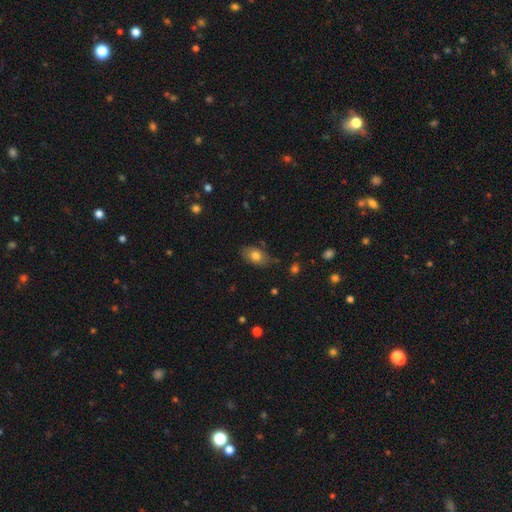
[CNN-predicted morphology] Smooth or featured? smooth (77%)
How rounded? in between (87%)
Merging? none (74%)